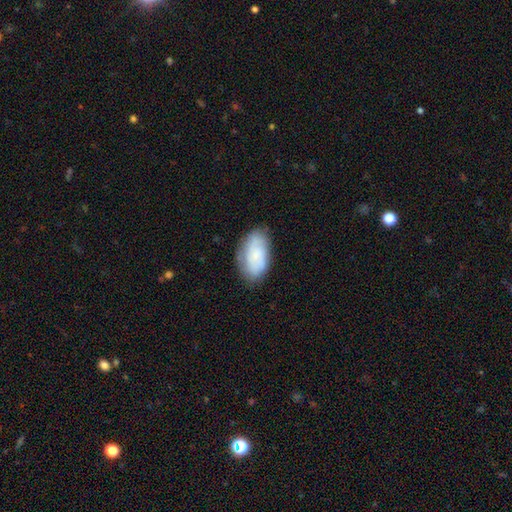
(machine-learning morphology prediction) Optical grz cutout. It shows a smooth galaxy with no disk features (67%) that is in between round and cigar-shaped (93%). Merging: none (72%).